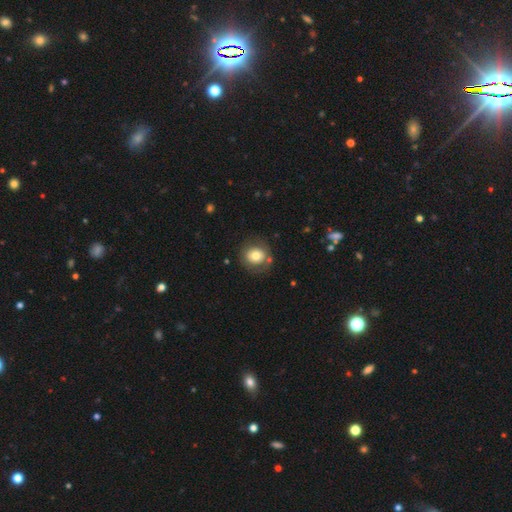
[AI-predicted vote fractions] smooth 72%, featured or disk 19%, star or artifact 9%. Down the decision tree: how rounded — round (81%); merging — none (78%).